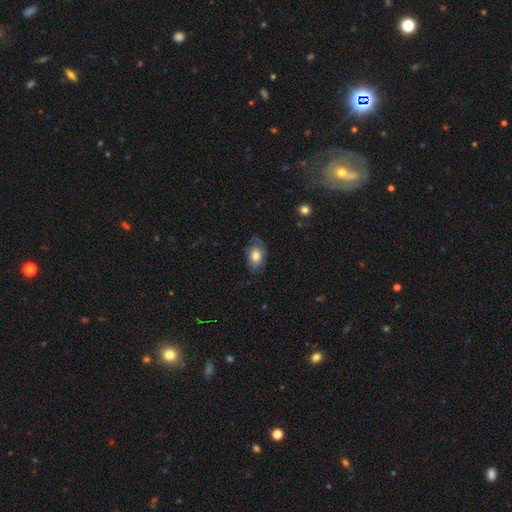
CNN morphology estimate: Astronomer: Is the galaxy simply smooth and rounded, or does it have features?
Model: smooth — 73%.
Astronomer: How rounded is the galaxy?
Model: in between — 86%.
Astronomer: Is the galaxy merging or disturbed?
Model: none — 65%.